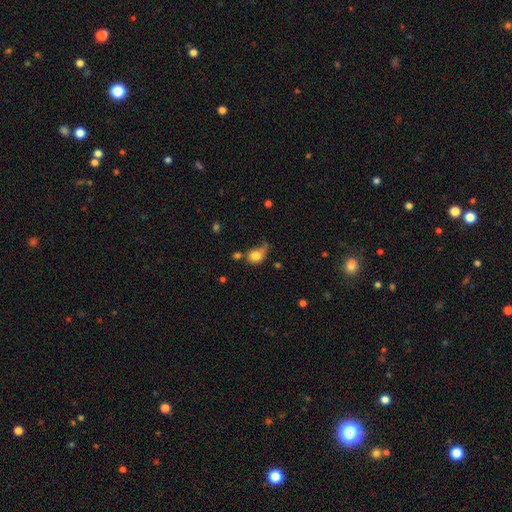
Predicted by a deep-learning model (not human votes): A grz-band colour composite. It shows a smooth galaxy with no disk features (76%) that is round (64%). Merging: none (35%).